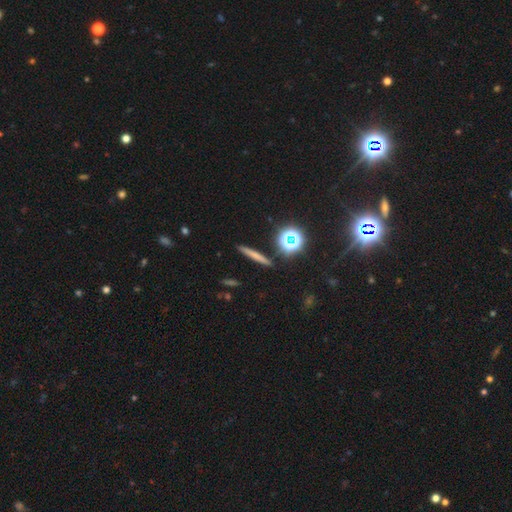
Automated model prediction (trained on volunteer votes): smooth_or_featured: smooth (p=0.59) [alt: featured or disk p=0.24]
how_rounded: cigar-shaped (p=0.86) [alt: round p=0.09]
merging: none (p=0.89) [alt: minor disturbance p=0.07]